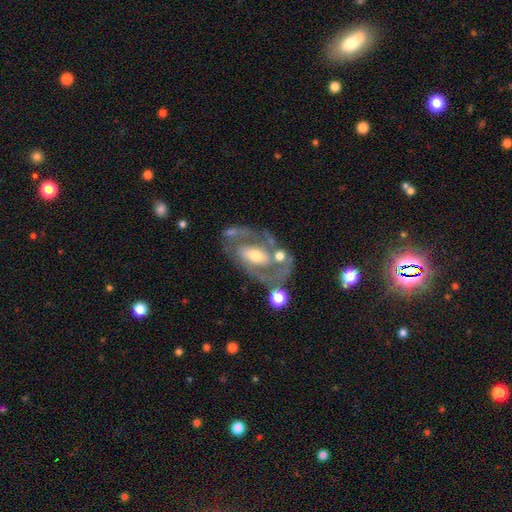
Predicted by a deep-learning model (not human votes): smooth-or-featured: featured or disk: 80% | smooth: 14% | star or artifact: 6%
  disk-edge-on: no: 94% | yes: 6%
    bar: no: 41% | weak: 33% | strong: 26%
    has-spiral-arms: yes: 71% | no: 29%
      spiral-winding: medium: 44% | tight: 39% | loose: 17%
      spiral-arm-count: 2: 72% | can't tell: 15% | 1: 7% | 3: 3% | 4: 1% | more than 4: 1%
    bulge-size: moderate: 60% | small: 29% | large: 7% | none: 2% | dominant: 1%
  merging: none: 60% | minor disturbance: 18% | major disturbance: 12% | merger: 9%